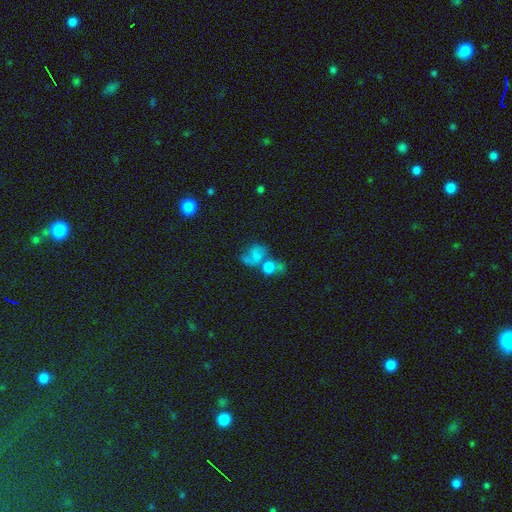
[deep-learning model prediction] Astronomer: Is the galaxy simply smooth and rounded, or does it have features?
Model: smooth — 55%.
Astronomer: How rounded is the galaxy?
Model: in between — 52% (runner-up: round, 46%).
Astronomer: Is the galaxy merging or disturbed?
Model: merger — 39% (runner-up: major disturbance, 24%).